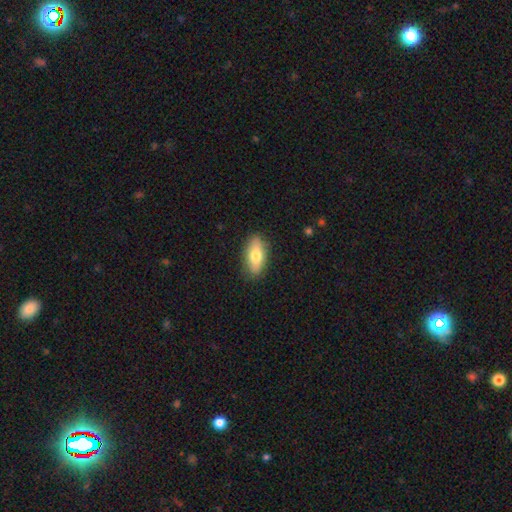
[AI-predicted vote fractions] Smooth or featured: smooth — 71% (featured or disk — 23%)
How rounded: in between — 81% (cigar-shaped — 15%)
Merging: none — 86% (minor disturbance — 11%)